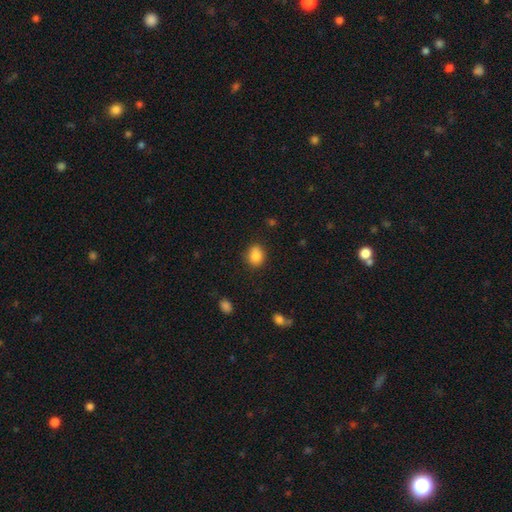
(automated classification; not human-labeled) Smooth or featured? Predicted: smooth (p=0.85). How rounded? Predicted: round (p=0.63). Merging? Predicted: none (p=0.79).